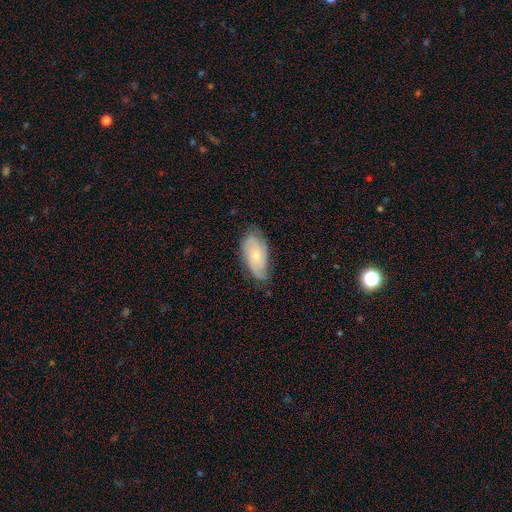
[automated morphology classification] featured or disk 60%, smooth 34%, star or artifact 6%. Down the decision tree: edge-on disk — no (93%); bar — no (77%); spiral arms — yes (89%); bulge size — small (57%); merging — none (68%).